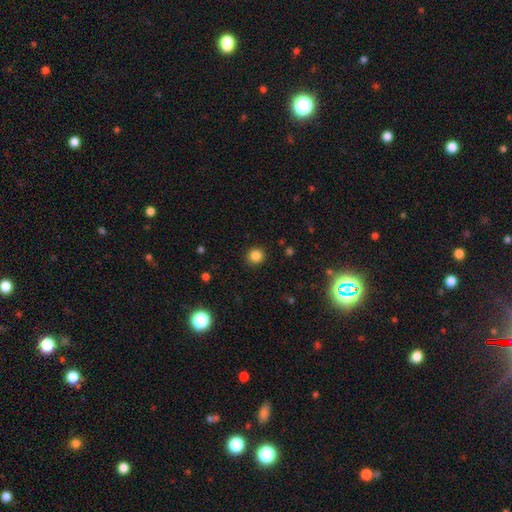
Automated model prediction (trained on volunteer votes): Smooth or featured: smooth — 84% (star or artifact — 12%)
How rounded: round — 90% (in between — 9%)
Merging: none — 91% (minor disturbance — 6%)